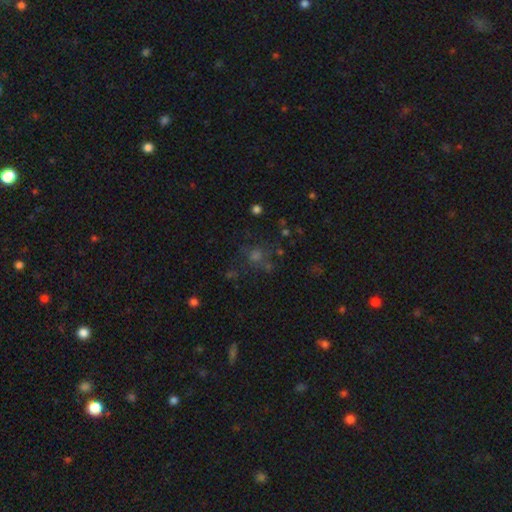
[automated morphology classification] Smooth or featured?
  - smooth: 47% *
  - star or artifact: 38%
  - featured or disk: 15%
Merging?
  - none: 68% *
  - minor disturbance: 13%
  - merger: 10%
  - major disturbance: 9%